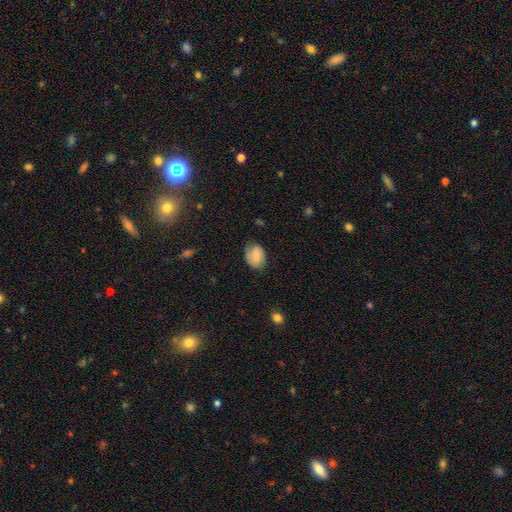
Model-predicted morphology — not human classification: A smooth galaxy with no disk features (69%) that is in between round and cigar-shaped (58%).

Vote fractions:
- Smooth or featured? smooth: 69% / featured or disk: 23% / star or artifact: 8%
- How rounded? in between: 58% / round: 41% / cigar-shaped: 1%
- Merging? none: 67% / minor disturbance: 25% / major disturbance: 6% / merger: 1%